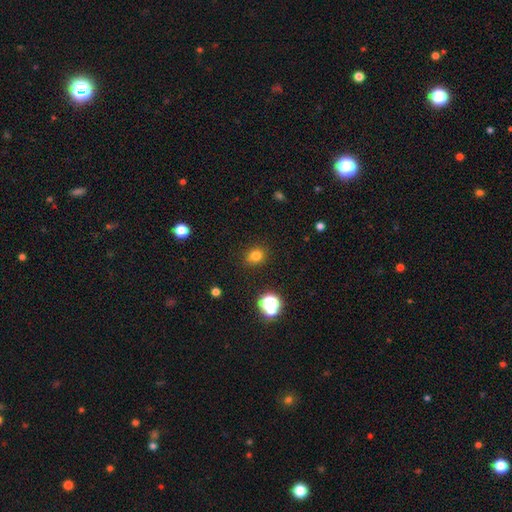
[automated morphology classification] Q: Smooth or featured?
A: smooth (77%); runner-up: star or artifact (17%)
Q: How rounded?
A: round (68%); runner-up: in between (31%)
Q: Merging?
A: none (87%); runner-up: minor disturbance (9%)